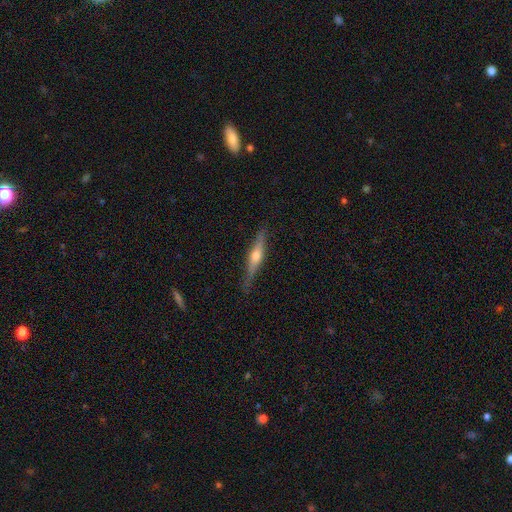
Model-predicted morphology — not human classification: A featured or disk galaxy (66%) viewed edge-on (96%) with a rounded central bulge (90%). Merging: none (83%).